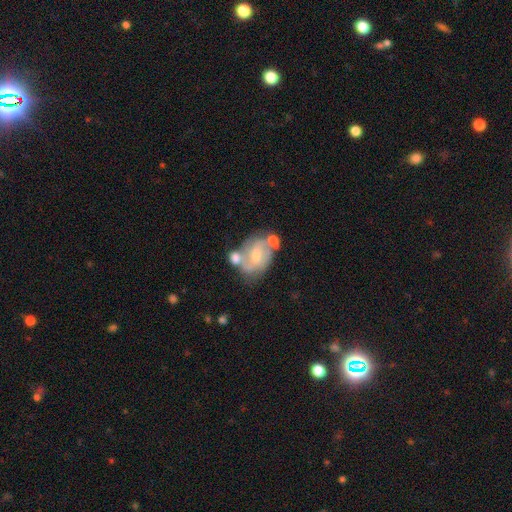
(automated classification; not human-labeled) The model was most divided on "bar": weak: 44%, no: 43%, strong: 13%. Remaining: edge-on disk — no (97%); spiral arms — yes (67%); smooth or featured — featured or disk (63%); bulge size — small (47%); merging — none (38%).